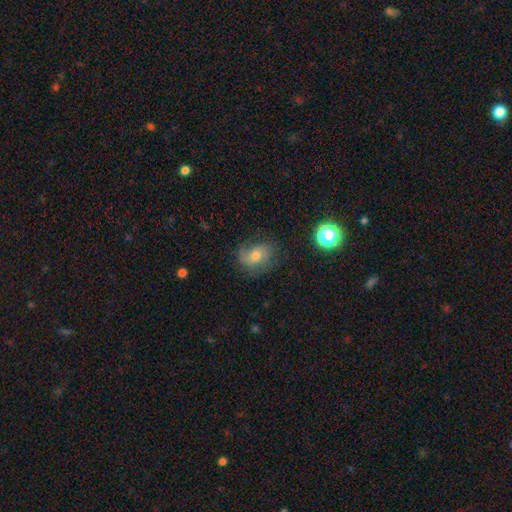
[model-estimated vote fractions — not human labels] smooth_or_featured: featured or disk (p=0.47) [alt: smooth p=0.39]
merging: none (p=0.65) [alt: minor disturbance p=0.22]